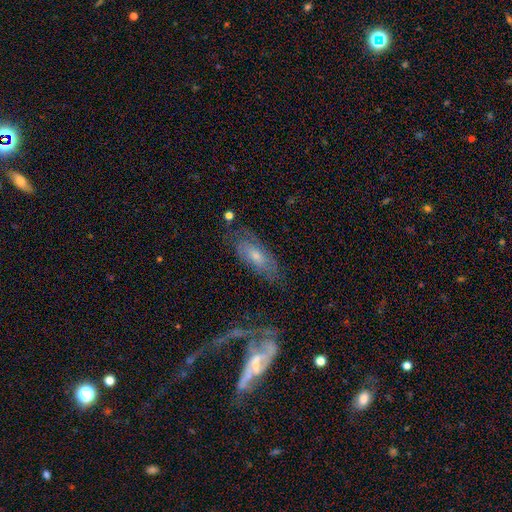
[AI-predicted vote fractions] Smooth or featured? Predicted: featured or disk (p=0.60). Edge-on disk? Predicted: no (p=0.83). Merging? Predicted: none (p=0.59).